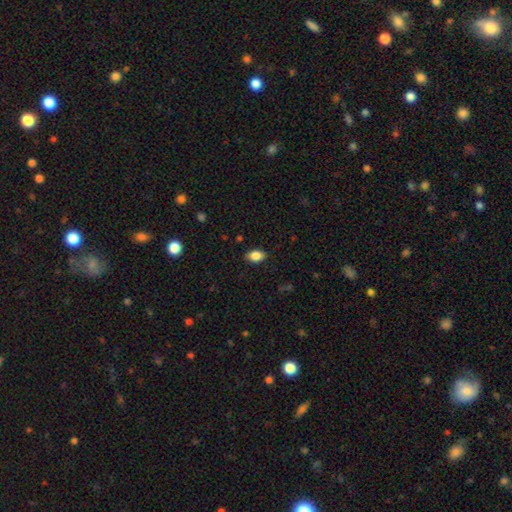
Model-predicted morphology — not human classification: A smooth galaxy with no disk features (85%) that is in between round and cigar-shaped (88%).

Vote fractions:
- Smooth or featured? smooth: 85% / star or artifact: 8% / featured or disk: 6%
- How rounded? in between: 88% / round: 10% / cigar-shaped: 2%
- Merging? none: 87% / minor disturbance: 10% / major disturbance: 2% / merger: 1%